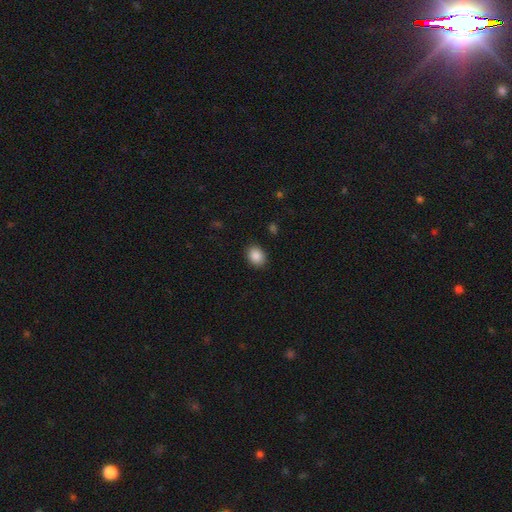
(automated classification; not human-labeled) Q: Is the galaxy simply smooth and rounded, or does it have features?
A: smooth — 88%.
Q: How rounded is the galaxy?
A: in between — 59%.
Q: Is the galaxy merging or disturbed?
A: none — 89%.